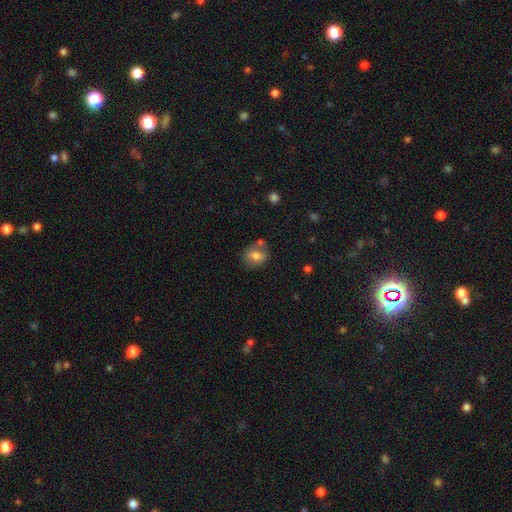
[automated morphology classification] Smooth or featured: smooth — 71% (featured or disk — 20%)
How rounded: round — 52% (in between — 47%)
Merging: none — 60% (minor disturbance — 17%)